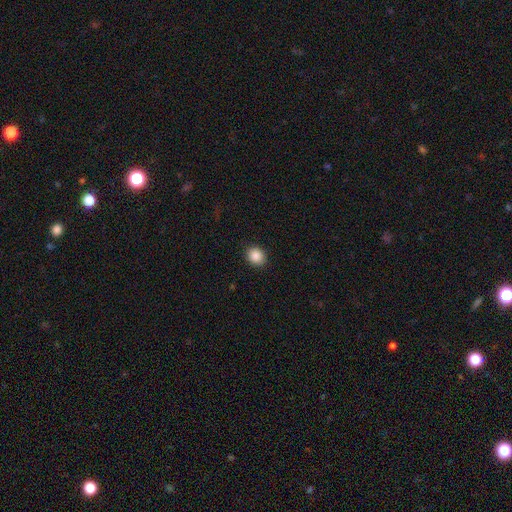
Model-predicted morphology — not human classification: A smooth galaxy with no disk features (88%) that is round (68%). Merging: none (91%).